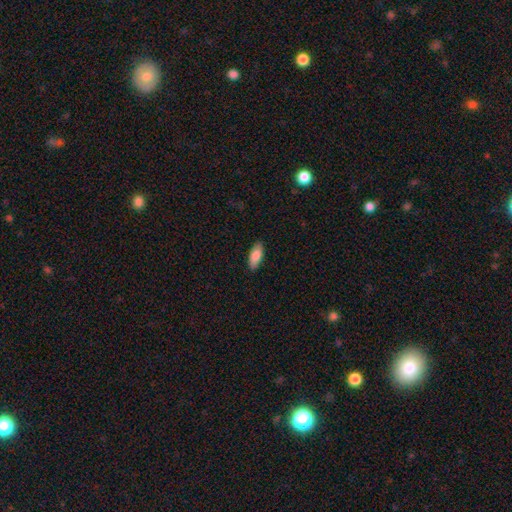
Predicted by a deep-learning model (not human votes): The model was most divided on "how rounded": in between: 82%, cigar-shaped: 16%, round: 2%. More confident: merging — none (88%); smooth or featured — smooth (84%).